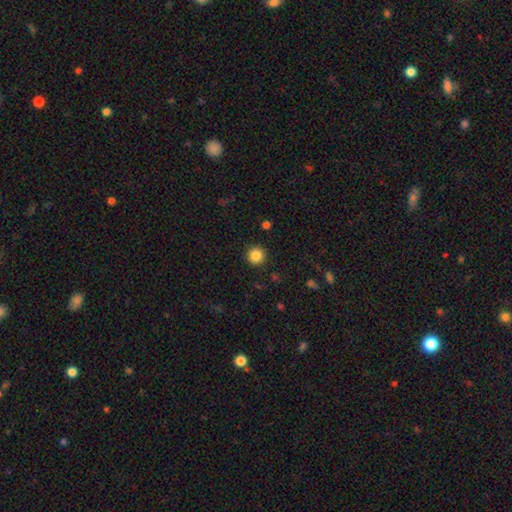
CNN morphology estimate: Smooth or featured? smooth (86%)
How rounded? round (95%)
Merging? none (92%)